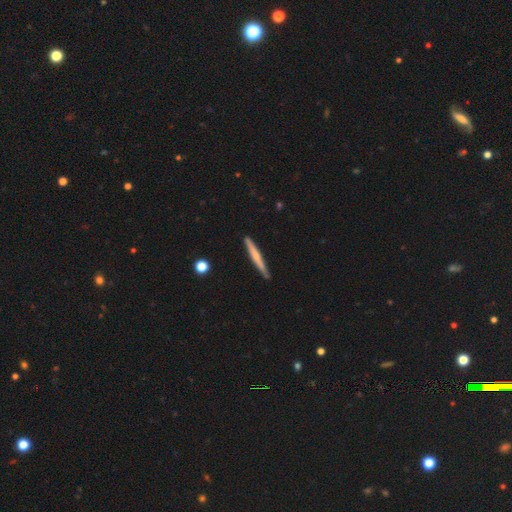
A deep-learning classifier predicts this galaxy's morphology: Overall: smooth (52%; featured or disk 42%). How rounded: cigar-shaped (96%). Merging: none (88%).